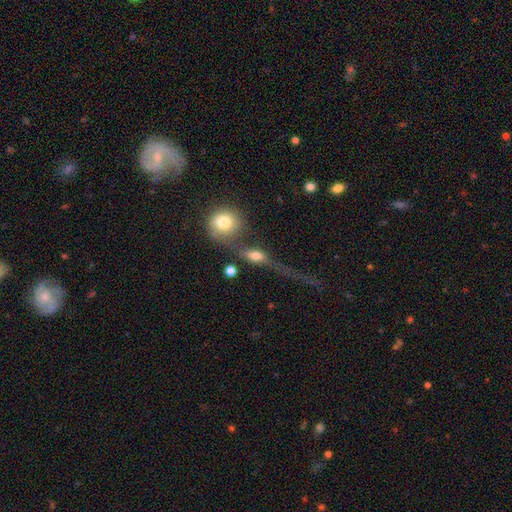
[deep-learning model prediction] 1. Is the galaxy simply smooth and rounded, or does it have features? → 54% smooth, 33% featured or disk, 13% star or artifact.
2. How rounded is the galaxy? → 52% in between, 29% round, 19% cigar-shaped.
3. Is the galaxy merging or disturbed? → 32% none, 30% merger, 24% major disturbance, 14% minor disturbance.